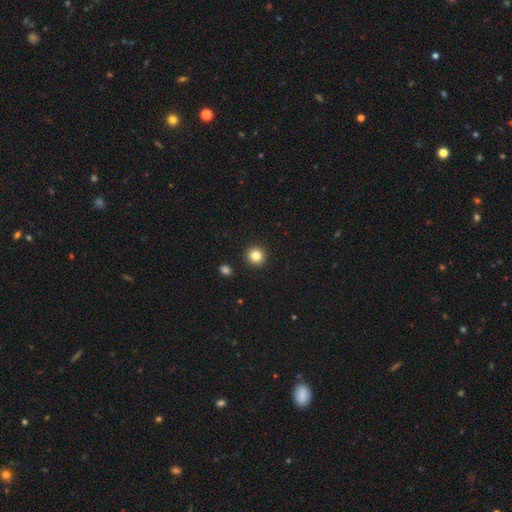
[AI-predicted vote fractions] A smooth galaxy with no disk features (84%) that is round (95%).

Vote fractions:
- Smooth or featured? smooth: 84% / star or artifact: 11% / featured or disk: 5%
- How rounded? round: 95% / in between: 4% / cigar-shaped: 1%
- Merging? none: 92% / minor disturbance: 4% / merger: 2% / major disturbance: 2%